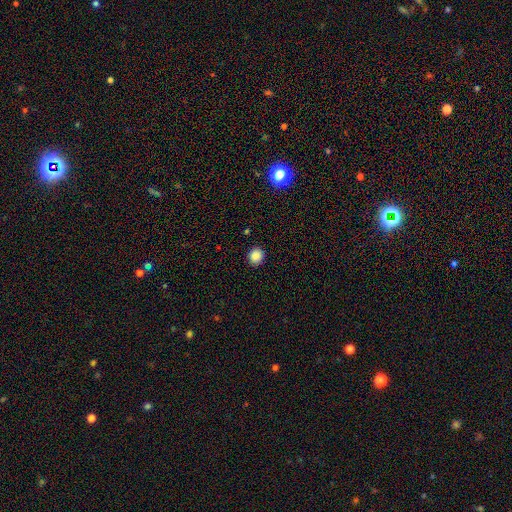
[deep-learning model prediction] This is clearly a smooth galaxy (86%). How rounded: clearly round (86%). Merging: clearly none (90%).